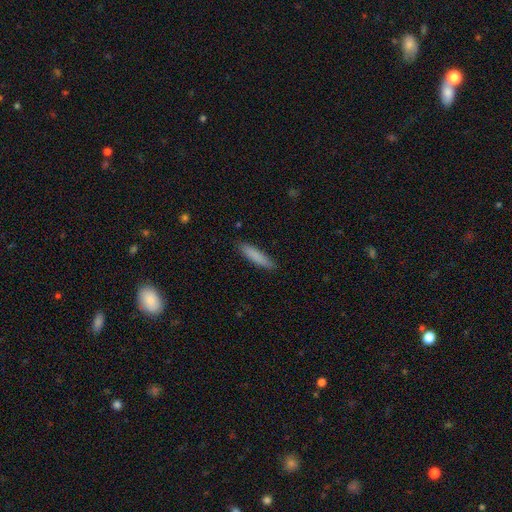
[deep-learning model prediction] This is clearly a smooth galaxy (85%). How rounded: clearly cigar-shaped (85%). Merging: clearly none (88%).